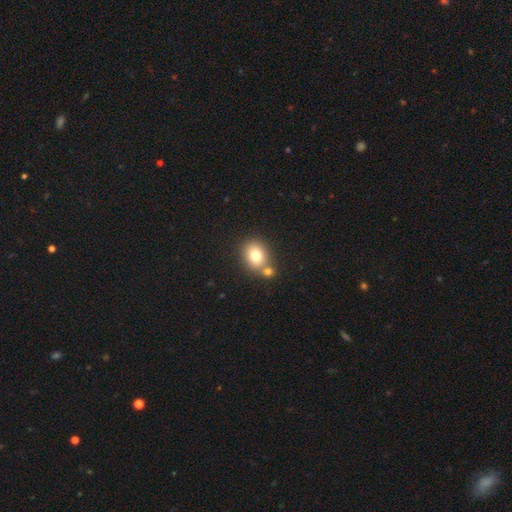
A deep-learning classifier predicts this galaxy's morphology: This appears to be a smooth galaxy with no disk features (76%) that is round (55%). Merging: none (60%).